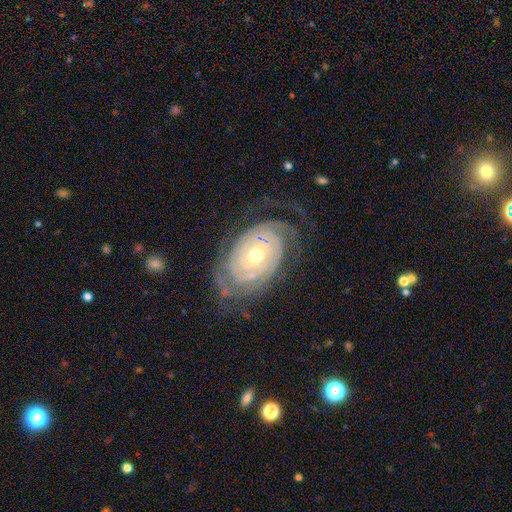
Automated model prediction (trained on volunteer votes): featured or disk 89%, smooth 6%, star or artifact 5%. Down the decision tree: edge-on disk — no (96%); bar — no (69%); spiral arms — yes (96%); spiral arm count — 2 (32%); spiral winding — tight (82%); bulge size — moderate (49%); merging — none (70%).